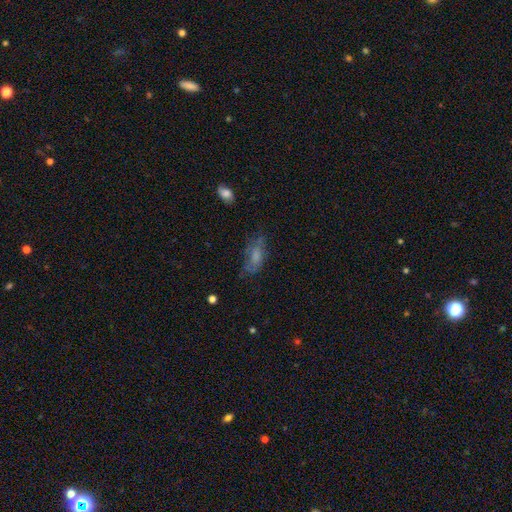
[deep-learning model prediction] Morphology: type=smooth (60%); roundness=in between (79%); merging=none (51%).